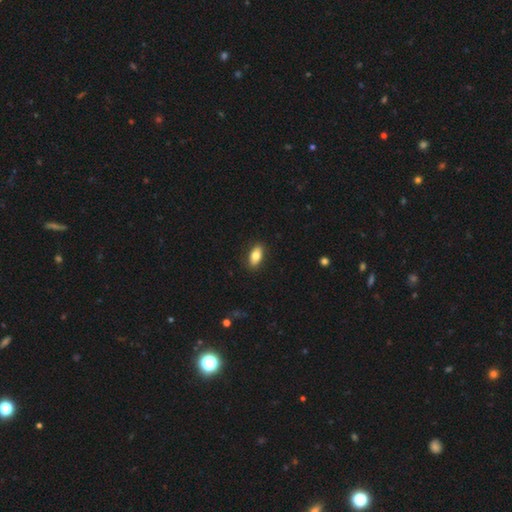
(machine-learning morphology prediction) Smooth or featured? Predicted: smooth (p=0.78). How rounded? Predicted: in between (p=0.85). Merging? Predicted: none (p=0.88).